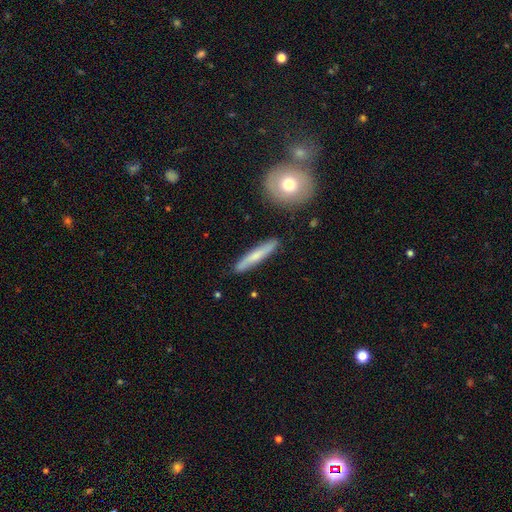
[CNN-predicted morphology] This is possibly a smooth galaxy (59%). How rounded: clearly cigar-shaped (93%). Merging: clearly none (89%).